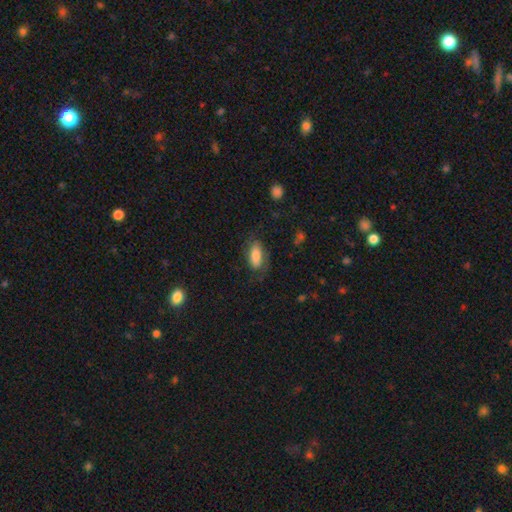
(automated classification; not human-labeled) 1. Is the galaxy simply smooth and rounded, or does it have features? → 75% smooth, 18% featured or disk, 7% star or artifact.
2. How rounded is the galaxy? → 84% in between, 13% cigar-shaped, 3% round.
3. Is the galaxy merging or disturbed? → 67% none, 20% minor disturbance, 12% major disturbance, 1% merger.